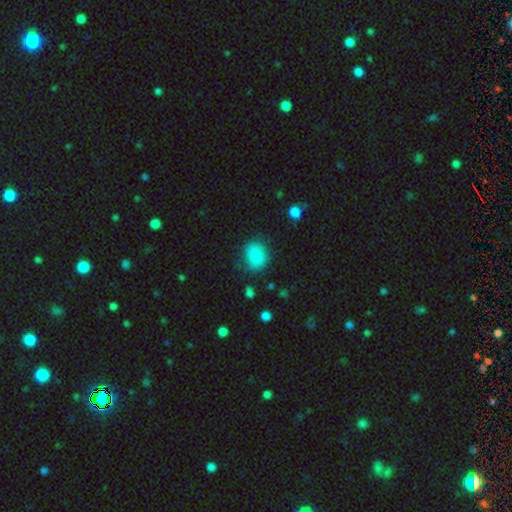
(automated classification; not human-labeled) Overall: smooth (81%). How rounded: round (66%; in between 33%). Merging: none (75%).